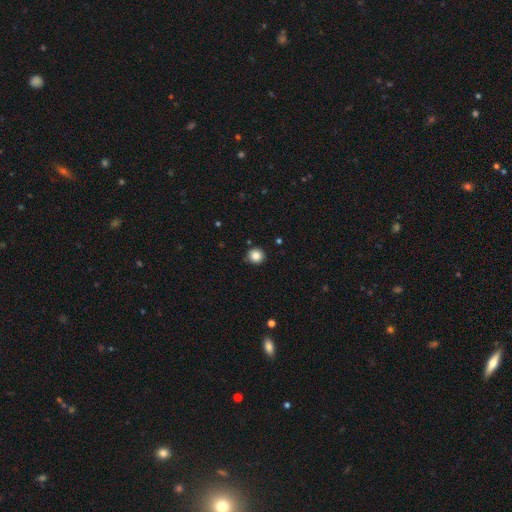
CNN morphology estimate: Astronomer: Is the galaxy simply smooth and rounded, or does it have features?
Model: smooth — 85%.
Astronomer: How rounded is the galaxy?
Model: round — 94%.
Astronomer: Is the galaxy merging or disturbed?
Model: none — 91%.